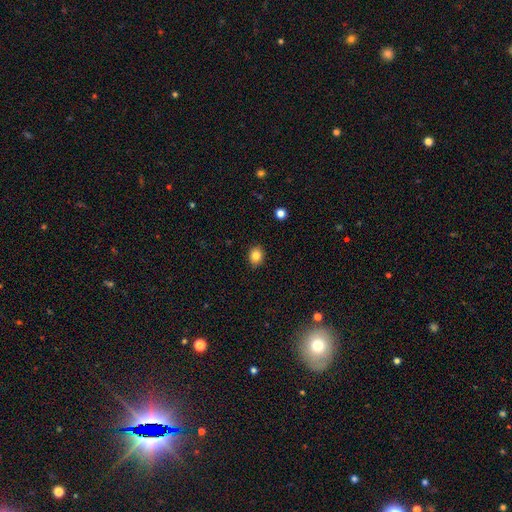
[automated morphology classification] smooth_or_featured: smooth (p=0.84) [alt: star or artifact p=0.10]
how_rounded: round (p=0.56) [alt: in between p=0.43]
merging: none (p=0.90) [alt: minor disturbance p=0.07]